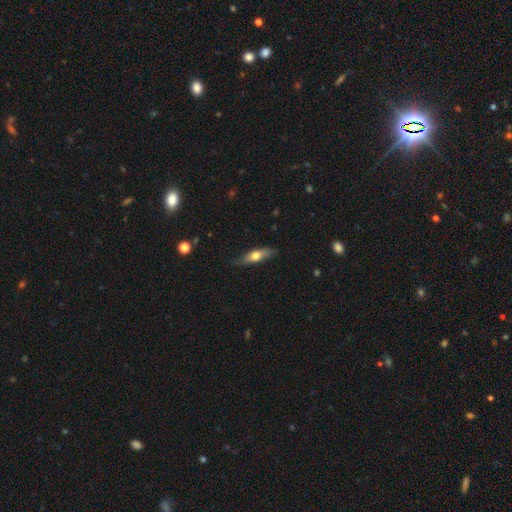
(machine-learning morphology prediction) Smooth or featured?
  - smooth: 59% *
  - featured or disk: 35%
  - star or artifact: 6%
How rounded?
  - cigar-shaped: 52% *
  - in between: 45%
  - round: 3%
Merging?
  - none: 79% *
  - minor disturbance: 17%
  - major disturbance: 3%
  - merger: 1%